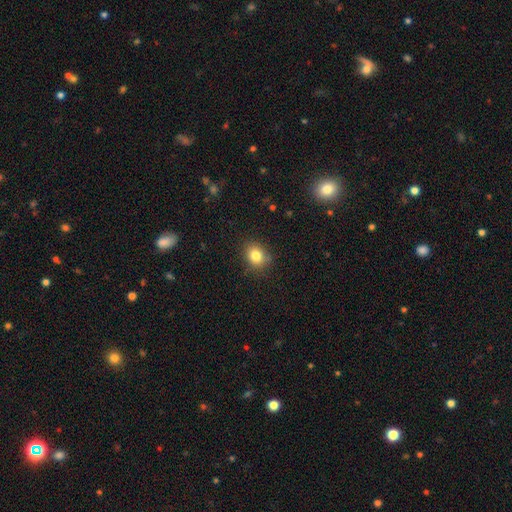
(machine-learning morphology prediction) Smooth or featured? smooth (82%)
How rounded? round (57%)
Merging? none (84%)